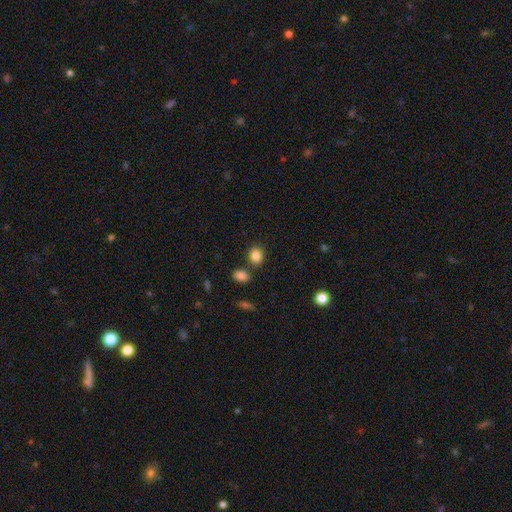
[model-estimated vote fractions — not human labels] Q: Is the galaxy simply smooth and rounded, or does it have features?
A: smooth — 86%.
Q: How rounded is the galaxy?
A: round — 63%.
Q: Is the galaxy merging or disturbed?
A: none — 76%.